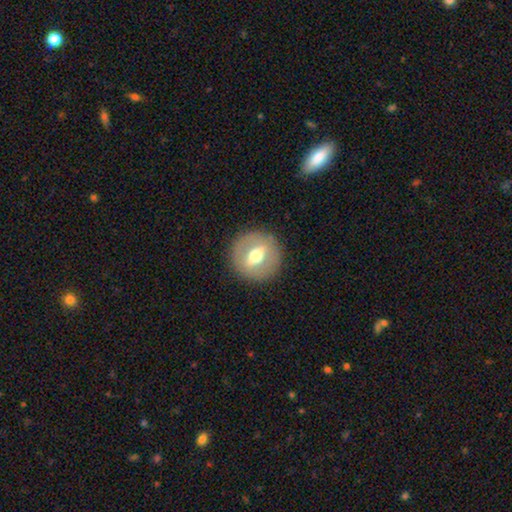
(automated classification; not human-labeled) Smooth or featured? Predicted: featured or disk (p=0.52). Edge-on disk? Predicted: no (p=0.81). Merging? Predicted: none (p=0.88).